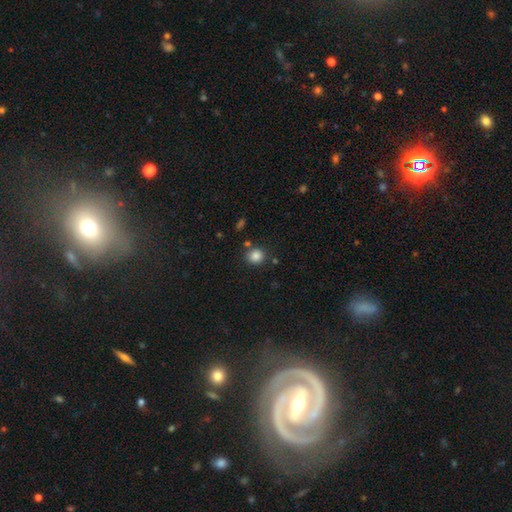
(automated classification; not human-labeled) A smooth galaxy with no disk features (85%) that is round (80%).

Vote fractions:
- Smooth or featured? smooth: 85% / star or artifact: 11% / featured or disk: 4%
- How rounded? round: 80% / in between: 19% / cigar-shaped: 1%
- Merging? none: 81% / minor disturbance: 10% / merger: 7% / major disturbance: 3%